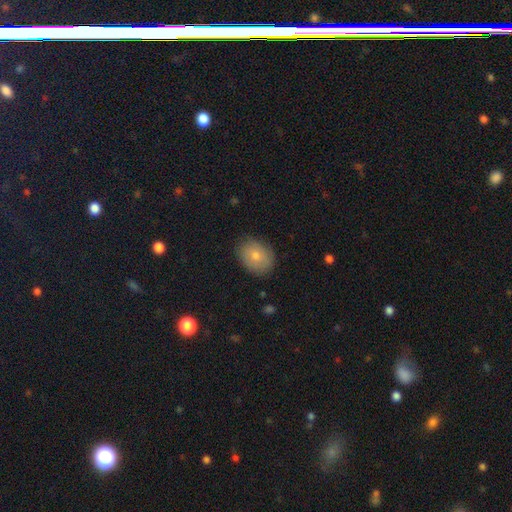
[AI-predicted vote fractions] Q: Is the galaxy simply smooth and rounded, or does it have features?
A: smooth — 78%.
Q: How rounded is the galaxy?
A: in between — 60%.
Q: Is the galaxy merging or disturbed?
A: none — 80%.